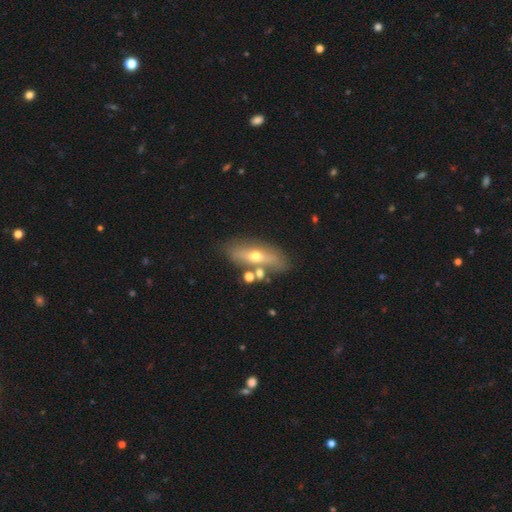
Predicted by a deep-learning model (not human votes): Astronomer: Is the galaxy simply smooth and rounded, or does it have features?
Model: featured or disk — 46% (runner-up: smooth, 45%).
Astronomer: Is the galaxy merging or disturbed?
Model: none — 70%.